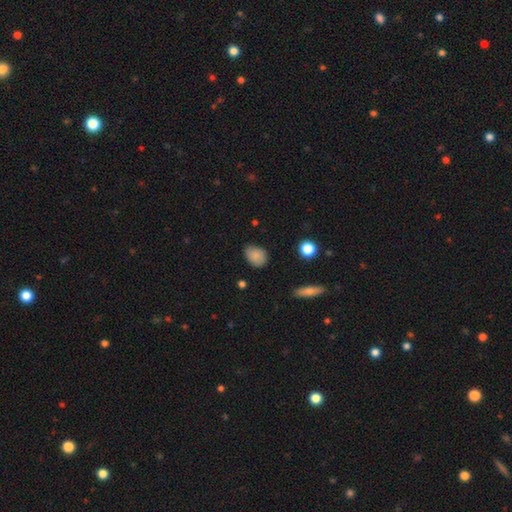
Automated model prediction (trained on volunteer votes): A smooth galaxy with no disk features (84%) that is in between round and cigar-shaped (67%). Merging: none (75%).